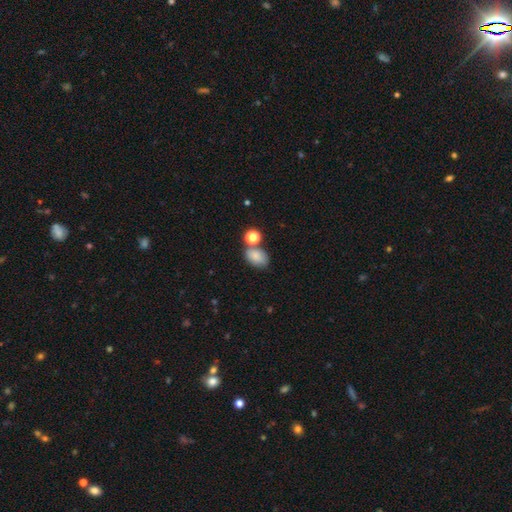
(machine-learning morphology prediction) Smooth or featured? Predicted: smooth (p=0.82). How rounded? Predicted: in between (p=0.81). Merging? Predicted: none (p=0.55).